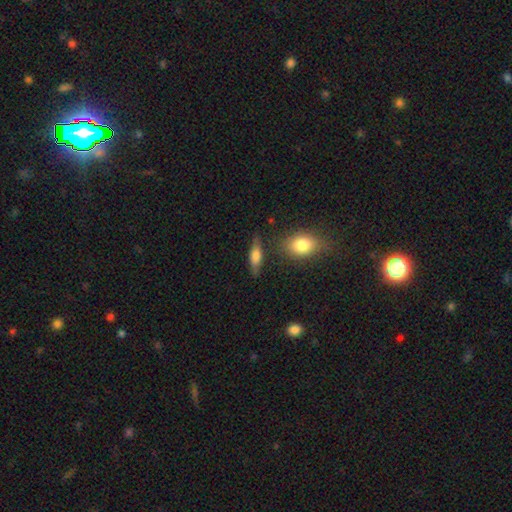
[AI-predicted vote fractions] The model was most divided on "how rounded": in between: 53%, cigar-shaped: 43%, round: 4%. More confident: merging — none (73%); smooth or featured — smooth (66%).